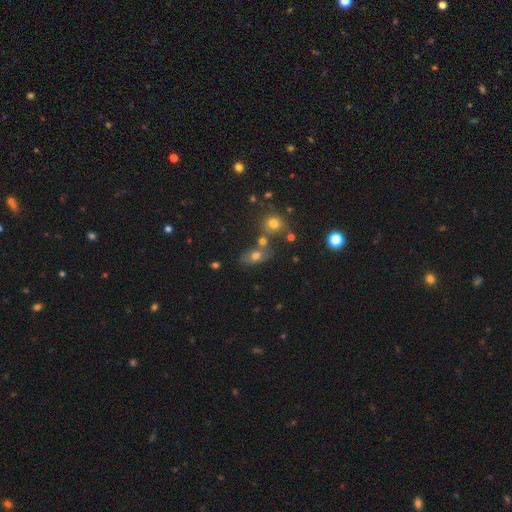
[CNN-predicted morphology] Smooth or featured? smooth (68%)
How rounded? in between (75%)
Merging? none (55%)